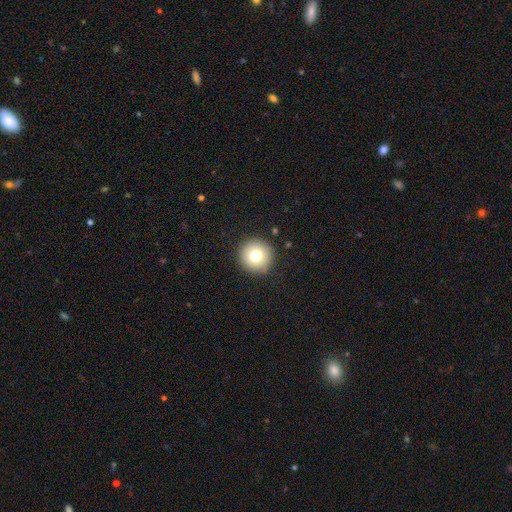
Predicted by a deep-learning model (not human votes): This appears to be a smooth galaxy with no disk features (75%) that is round (96%). Merging: none (90%).